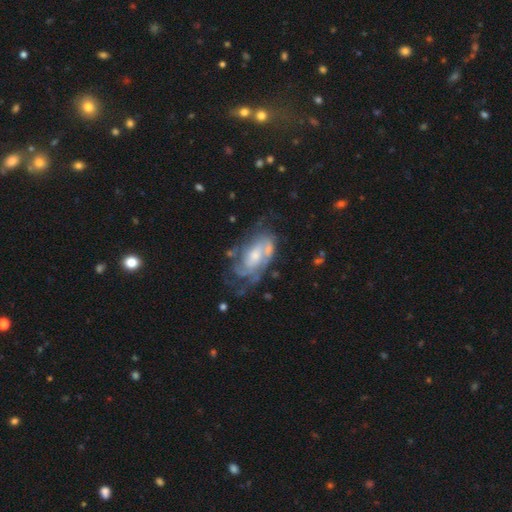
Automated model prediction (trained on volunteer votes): Smooth or featured? featured or disk (79%)
Edge-on disk? no (94%)
Bar? no (60%)
Spiral arms? yes (87%)
Spiral winding? tight (55%)
Spiral arm count? can't tell (45%)
Bulge size? moderate (50%)
Merging? none (55%)